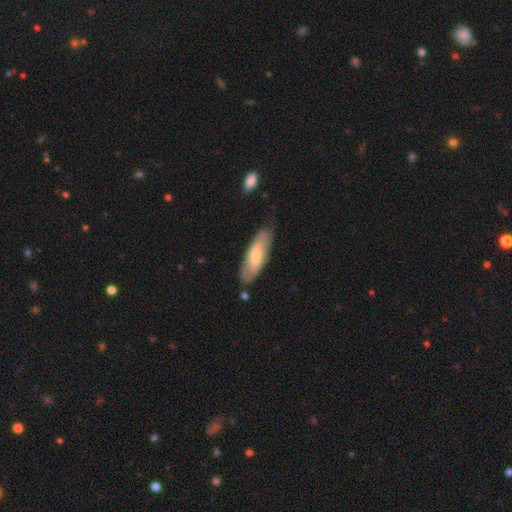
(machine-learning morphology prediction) smooth 49%, featured or disk 46%, star or artifact 5%. Down the decision tree: merging — none (71%).